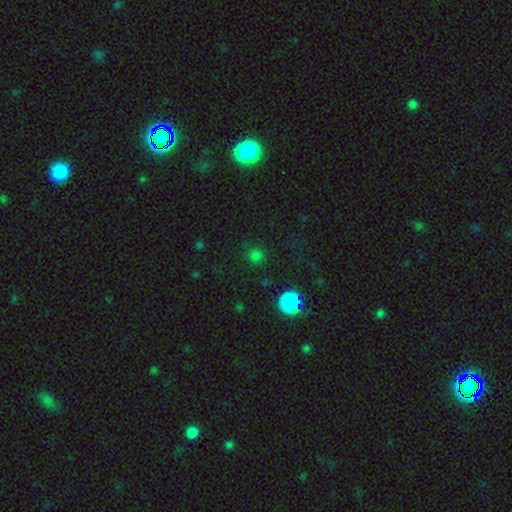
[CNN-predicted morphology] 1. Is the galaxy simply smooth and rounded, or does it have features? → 75% smooth, 21% star or artifact, 4% featured or disk.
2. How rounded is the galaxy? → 91% round, 8% in between, 1% cigar-shaped.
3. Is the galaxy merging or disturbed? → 83% none, 10% minor disturbance, 4% major disturbance, 3% merger.